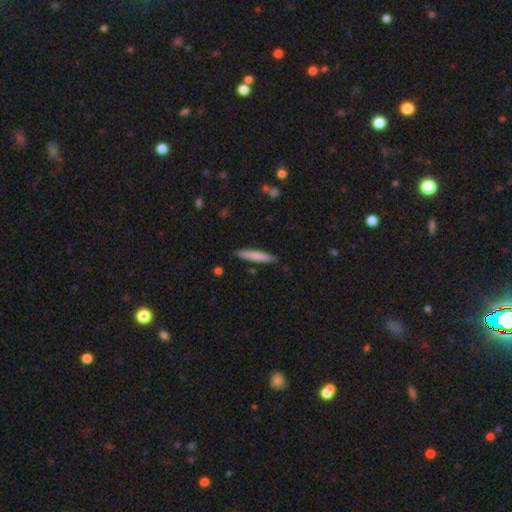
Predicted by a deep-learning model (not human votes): The model was most divided on "smooth or featured": smooth: 77%, featured or disk: 17%, star or artifact: 6%. More confident: how rounded — cigar-shaped (91%); merging — none (87%).